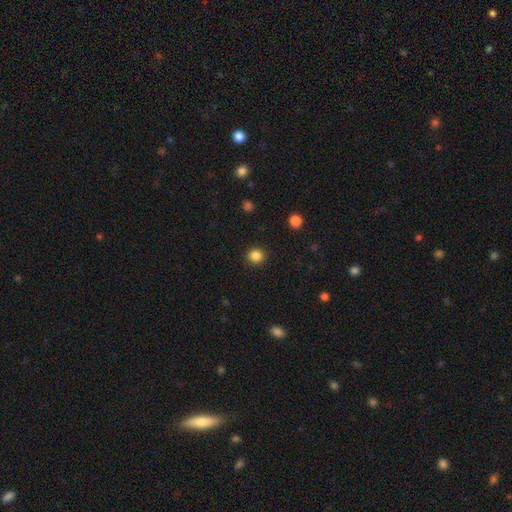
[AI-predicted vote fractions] smooth-or-featured: smooth: 85% | star or artifact: 12% | featured or disk: 4%
  how-rounded: round: 90% | in between: 9% | cigar-shaped: 1%
  merging: none: 91% | minor disturbance: 6% | major disturbance: 2% | merger: 1%